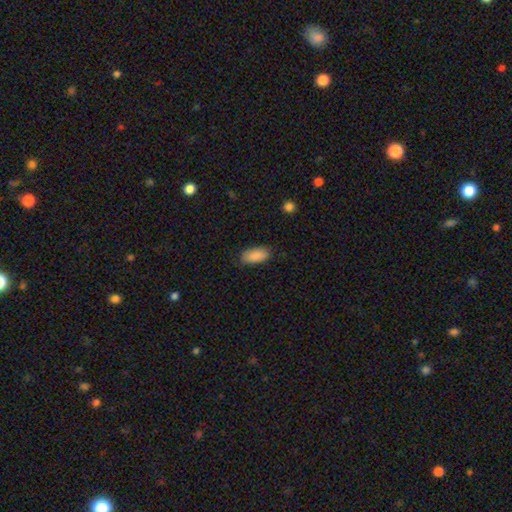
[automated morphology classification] A smooth galaxy with no disk features (89%) that is in between round and cigar-shaped (90%). Merging: none (82%).